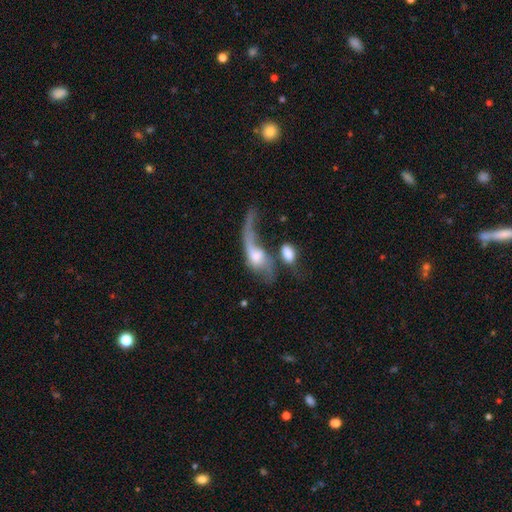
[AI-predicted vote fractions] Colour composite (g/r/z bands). It shows a featured or disk galaxy (63%) with no bar (62%), spiral arms (75%) and a moderate central bulge (42%). Merging: merger (44%).